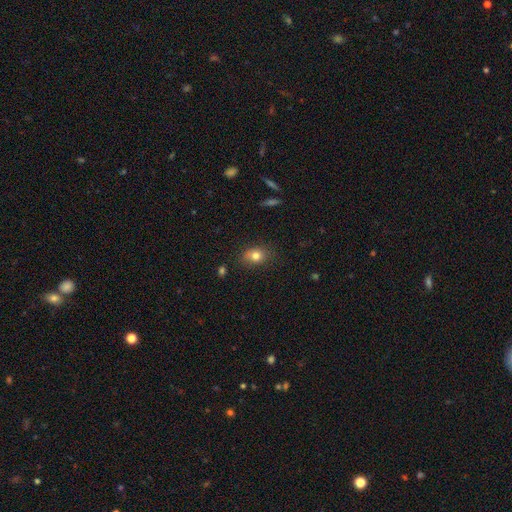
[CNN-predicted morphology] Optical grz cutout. It shows a smooth galaxy with no disk features (79%) that is in between round and cigar-shaped (58%). Merging: none (77%).